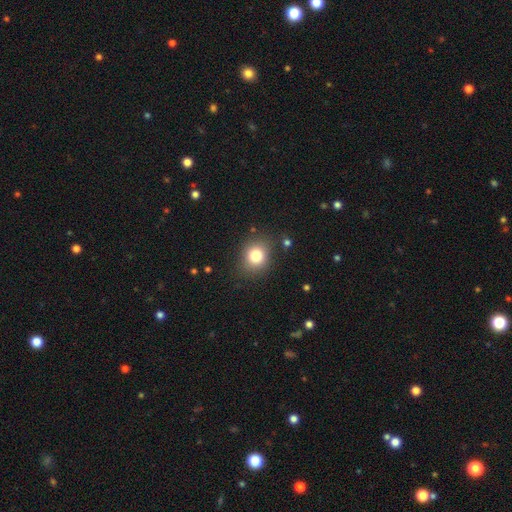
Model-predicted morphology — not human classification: A smooth galaxy with no disk features (82%) that is round (70%).

Vote fractions:
- Smooth or featured? smooth: 82% / star or artifact: 11% / featured or disk: 7%
- How rounded? round: 70% / in between: 29% / cigar-shaped: 1%
- Merging? none: 82% / minor disturbance: 12% / major disturbance: 4% / merger: 2%